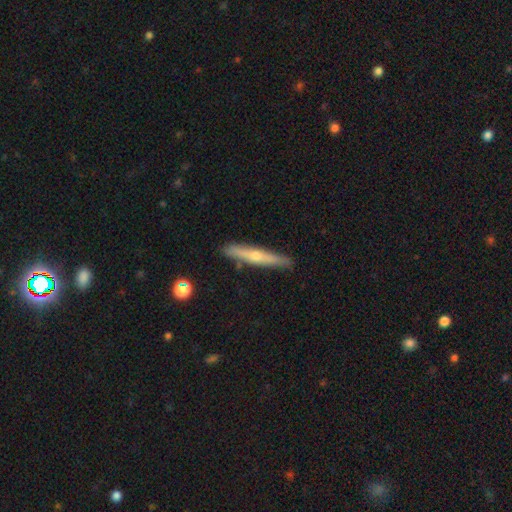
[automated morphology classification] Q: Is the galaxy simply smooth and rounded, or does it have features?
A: featured or disk — 55%.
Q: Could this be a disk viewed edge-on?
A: yes — 94%.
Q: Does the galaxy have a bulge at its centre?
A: rounded — 79%.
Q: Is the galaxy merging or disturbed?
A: none — 88%.